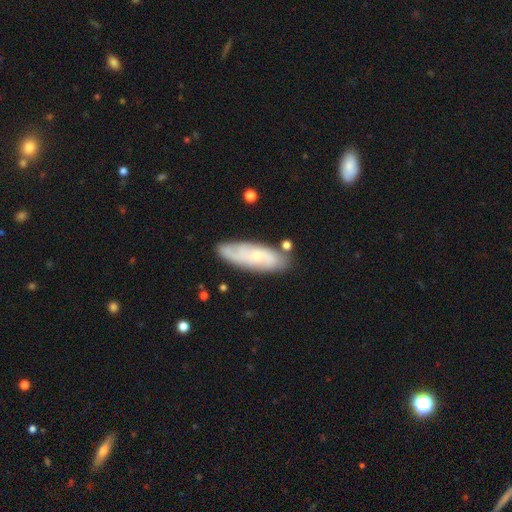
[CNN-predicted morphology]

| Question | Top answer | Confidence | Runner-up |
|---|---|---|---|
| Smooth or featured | featured or disk | 51% | smooth (42%) |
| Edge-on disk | no | 81% | yes (19%) |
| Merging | none | 74% | minor disturbance (17%) |